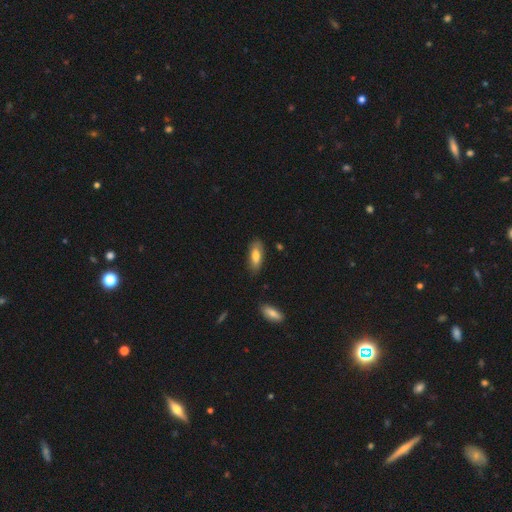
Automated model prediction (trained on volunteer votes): This is likely a smooth galaxy (77%). How rounded: likely in between (72%). Merging: likely none (79%).